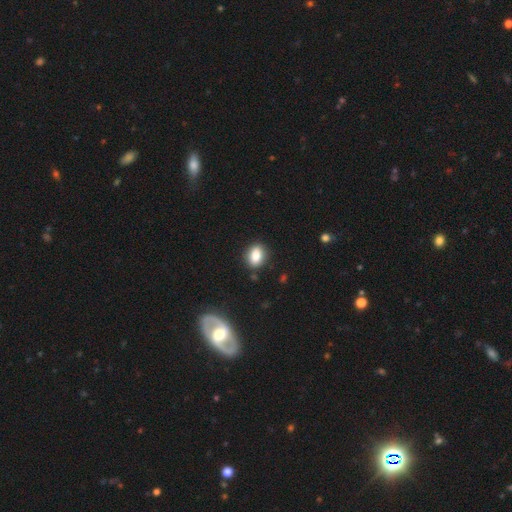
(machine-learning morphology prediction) Overall: smooth (83%). How rounded: in between (74%). Merging: none (86%).